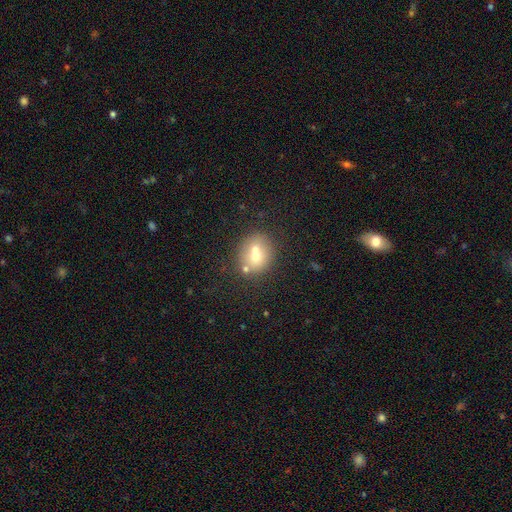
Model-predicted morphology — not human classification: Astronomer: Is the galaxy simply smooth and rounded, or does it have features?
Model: smooth — 62%.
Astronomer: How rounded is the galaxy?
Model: round — 70%.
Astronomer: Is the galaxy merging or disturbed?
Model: none — 50% (runner-up: merger, 36%).